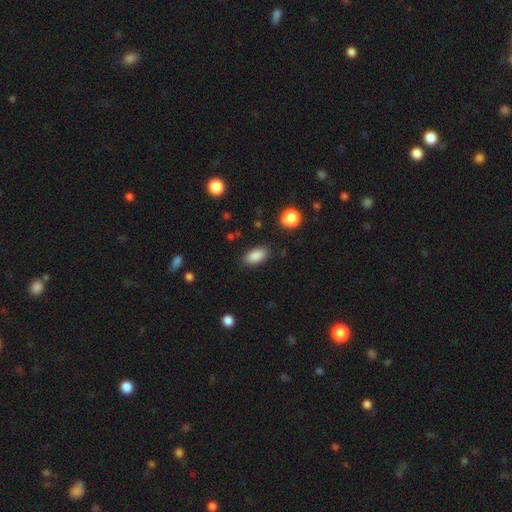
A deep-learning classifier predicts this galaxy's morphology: This appears to be a smooth galaxy with no disk features (87%) that is in between round and cigar-shaped (91%). Merging: none (86%).